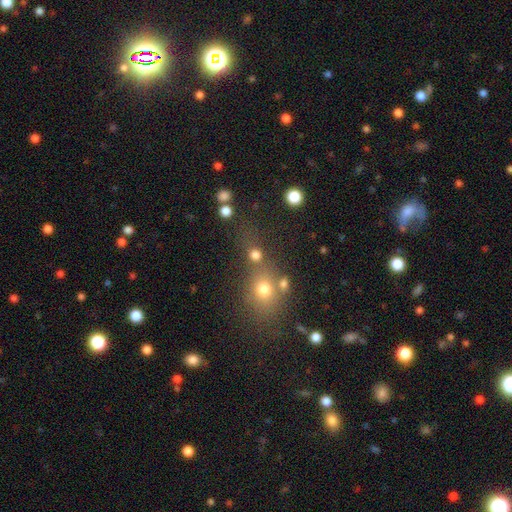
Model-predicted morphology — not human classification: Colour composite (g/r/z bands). It shows a smooth galaxy with no disk features (63%) that is round (70%). Merging: none (52%).